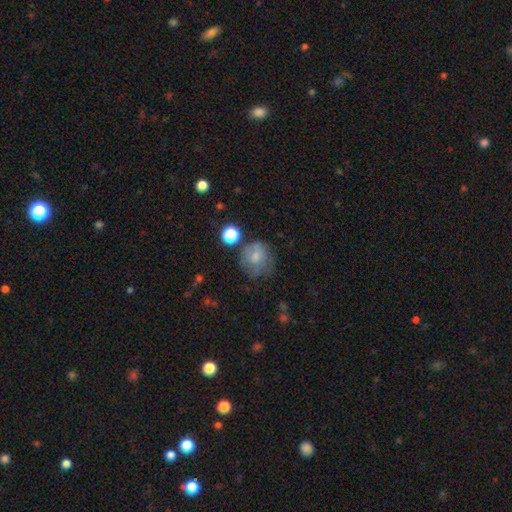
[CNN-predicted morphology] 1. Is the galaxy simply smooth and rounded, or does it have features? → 70% smooth, 18% featured or disk, 11% star or artifact.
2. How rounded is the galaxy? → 81% round, 18% in between, 1% cigar-shaped.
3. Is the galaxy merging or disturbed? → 51% none, 26% minor disturbance, 16% major disturbance, 6% merger.